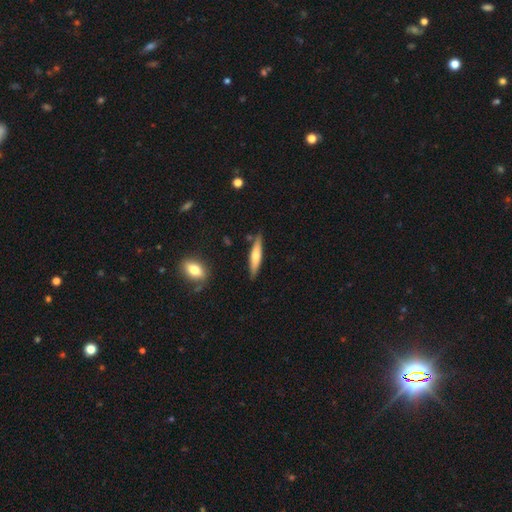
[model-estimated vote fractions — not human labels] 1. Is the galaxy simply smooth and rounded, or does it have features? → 57% smooth, 36% featured or disk, 6% star or artifact.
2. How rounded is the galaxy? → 85% cigar-shaped, 14% in between, 2% round.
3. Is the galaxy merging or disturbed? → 83% none, 12% minor disturbance, 3% merger, 2% major disturbance.